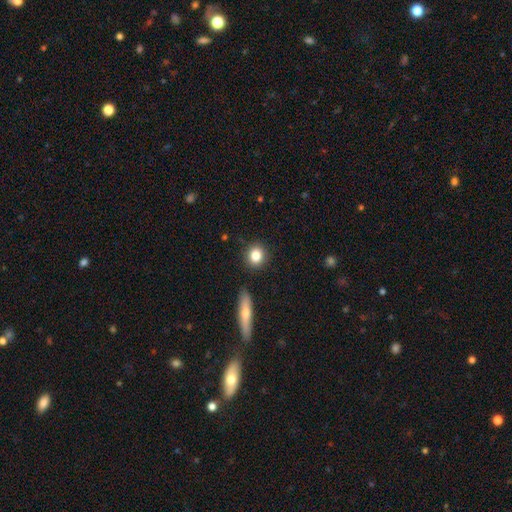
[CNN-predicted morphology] smooth_or_featured: smooth (p=0.83) [alt: star or artifact p=0.09]
how_rounded: round (p=0.82) [alt: in between p=0.16]
merging: none (p=0.87) [alt: minor disturbance p=0.08]